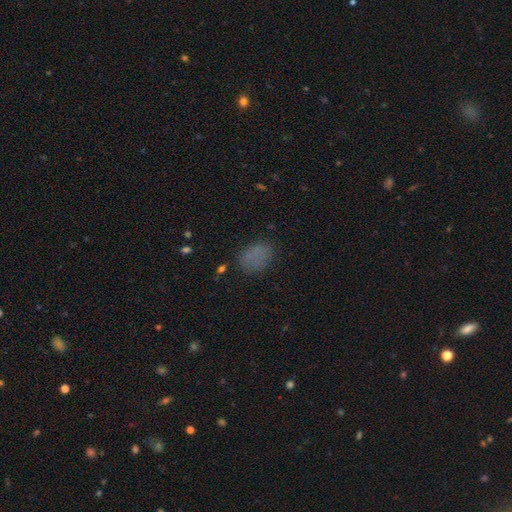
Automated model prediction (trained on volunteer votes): Morphology: type=smooth (71%); roundness=in between (79%); merging=none (67%).